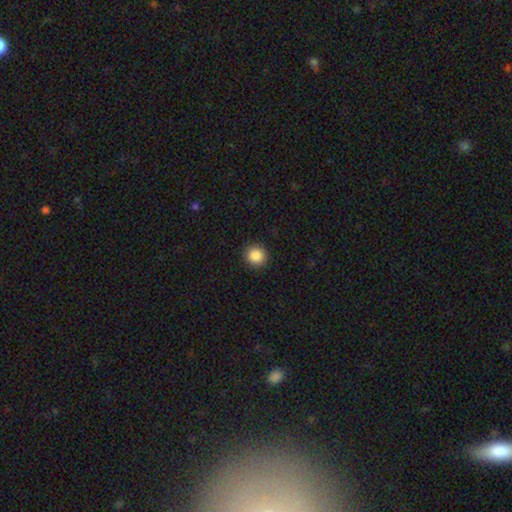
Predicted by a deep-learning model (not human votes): Smooth or featured: smooth — 87% (star or artifact — 9%)
How rounded: round — 93% (in between — 6%)
Merging: none — 92% (minor disturbance — 5%)